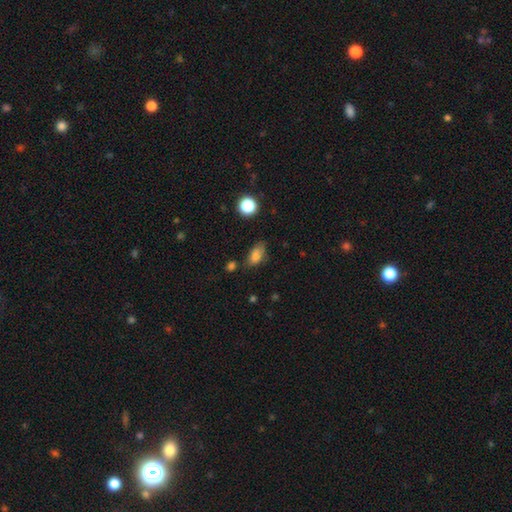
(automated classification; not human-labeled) Q: Smooth or featured?
A: smooth (81%); runner-up: star or artifact (11%)
Q: How rounded?
A: in between (86%); runner-up: round (9%)
Q: Merging?
A: none (58%); runner-up: minor disturbance (29%)